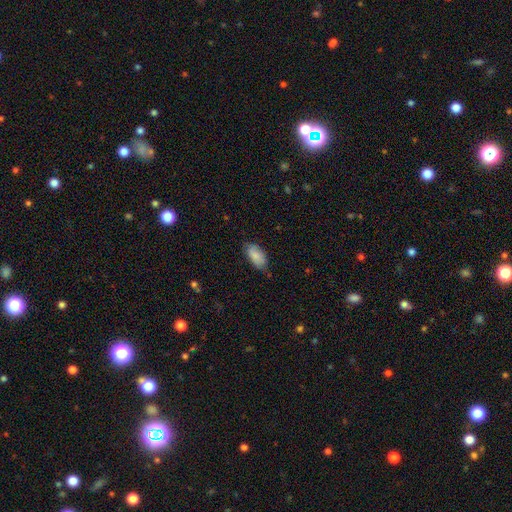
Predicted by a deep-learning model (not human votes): A smooth galaxy with no disk features (85%) that is in between round and cigar-shaped (93%).

Vote fractions:
- Smooth or featured? smooth: 85% / featured or disk: 9% / star or artifact: 6%
- How rounded? in between: 93% / cigar-shaped: 5% / round: 2%
- Merging? none: 71% / minor disturbance: 23% / major disturbance: 4% / merger: 1%